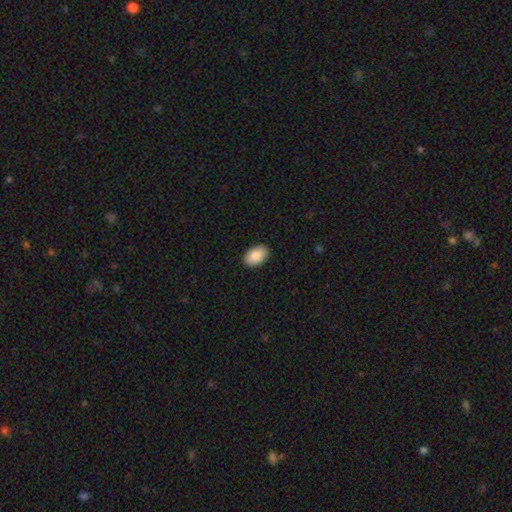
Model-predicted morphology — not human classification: Smooth or featured? smooth (89%)
How rounded? in between (93%)
Merging? none (90%)